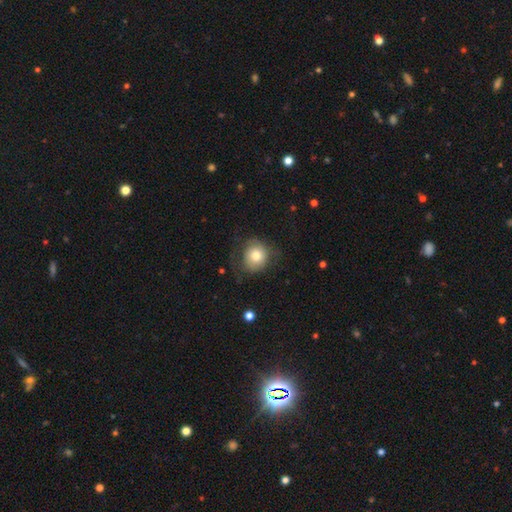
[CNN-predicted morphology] A smooth galaxy with no disk features (71%) that is round (81%).

Vote fractions:
- Smooth or featured? smooth: 71% / featured or disk: 21% / star or artifact: 9%
- How rounded? round: 81% / in between: 18% / cigar-shaped: 1%
- Merging? none: 59% / minor disturbance: 22% / major disturbance: 17% / merger: 1%